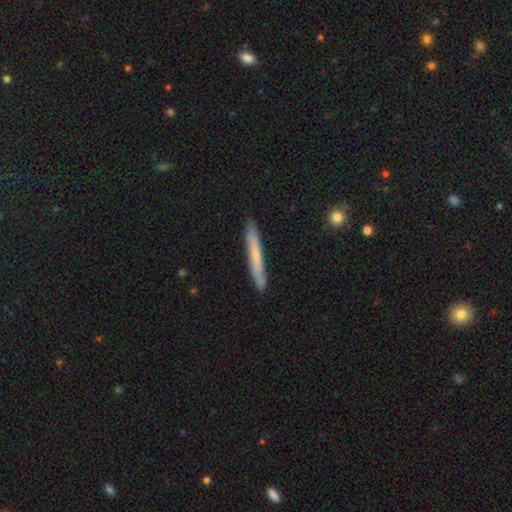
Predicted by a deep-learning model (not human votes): Smooth or featured? smooth (58%)
How rounded? cigar-shaped (96%)
Merging? none (87%)